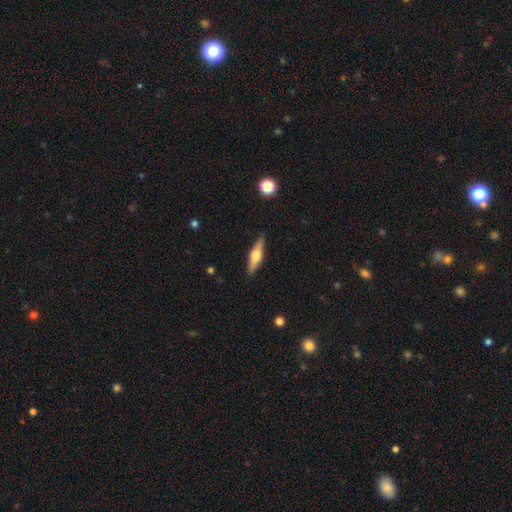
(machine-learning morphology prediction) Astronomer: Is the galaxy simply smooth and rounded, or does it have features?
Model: featured or disk — 56% (runner-up: smooth, 38%).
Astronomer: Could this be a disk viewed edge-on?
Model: yes — 95%.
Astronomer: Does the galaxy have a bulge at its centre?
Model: rounded — 91%.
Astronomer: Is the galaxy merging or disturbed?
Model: none — 89%.